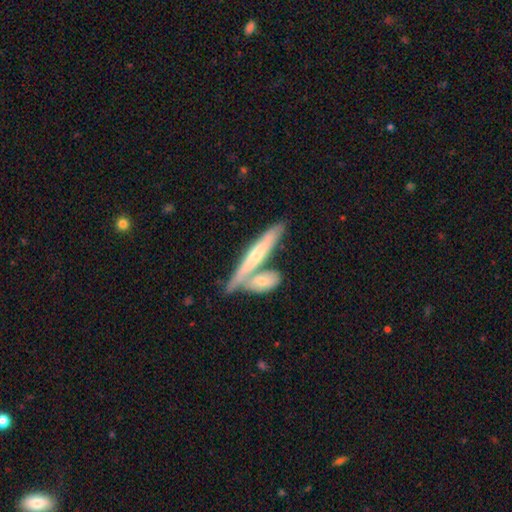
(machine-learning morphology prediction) type=featured or disk (49%); merging=none (48%).